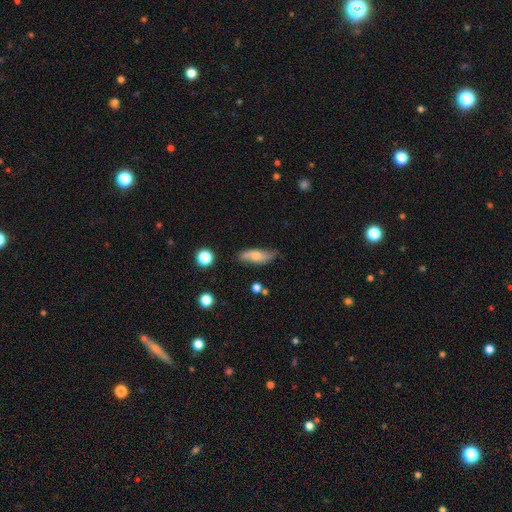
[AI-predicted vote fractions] Smooth or featured? smooth (57%)
How rounded? in between (59%)
Merging? none (70%)